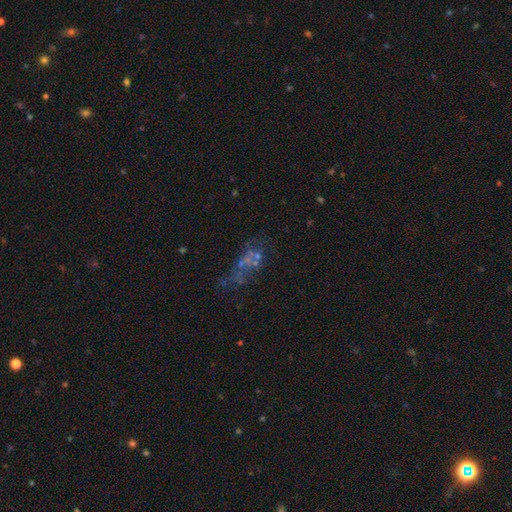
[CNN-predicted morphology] This is possibly a featured or disk galaxy (46%). Merging: marginally none (42%).